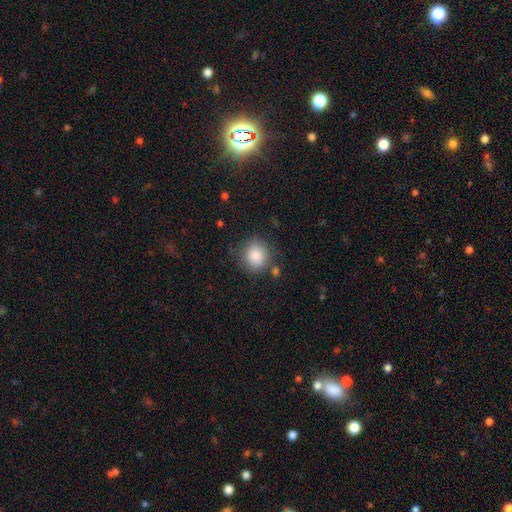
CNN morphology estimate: Smooth or featured? Predicted: smooth (p=0.85). How rounded? Predicted: round (p=0.82). Merging? Predicted: none (p=0.75).